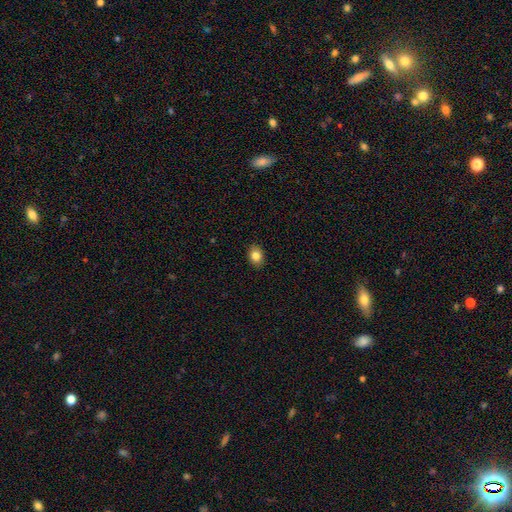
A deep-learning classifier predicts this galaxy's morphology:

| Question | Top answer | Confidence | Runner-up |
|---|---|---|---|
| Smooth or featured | smooth | 83% | star or artifact (9%) |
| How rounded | in between | 68% | round (31%) |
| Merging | none | 89% | minor disturbance (8%) |